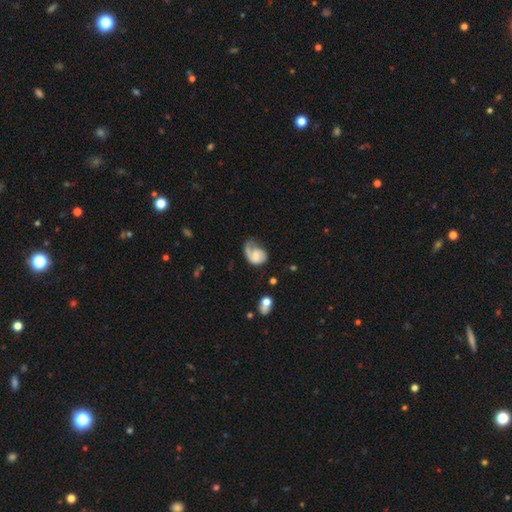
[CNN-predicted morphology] Smooth or featured? featured or disk (63%)
Edge-on disk? no (98%)
Bar? no (68%)
Spiral arms? yes (87%)
Spiral winding? loose (38%)
Spiral arm count? 1 (75%)
Bulge size? small (40%)
Merging? major disturbance (38%)